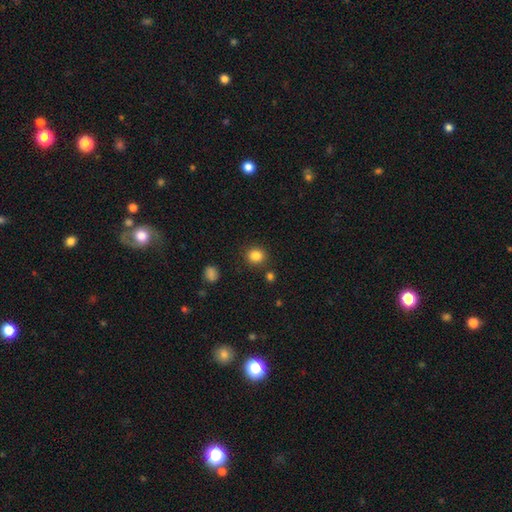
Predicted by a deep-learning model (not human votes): Morphology: type=smooth (84%); roundness=round (82%); merging=none (86%).